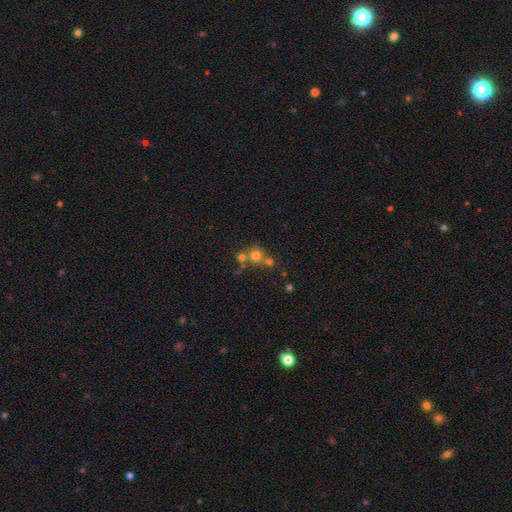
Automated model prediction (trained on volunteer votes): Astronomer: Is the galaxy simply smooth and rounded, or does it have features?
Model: smooth — 69%.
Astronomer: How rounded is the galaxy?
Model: round — 85%.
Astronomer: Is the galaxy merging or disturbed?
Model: none — 45% (runner-up: merger, 44%).